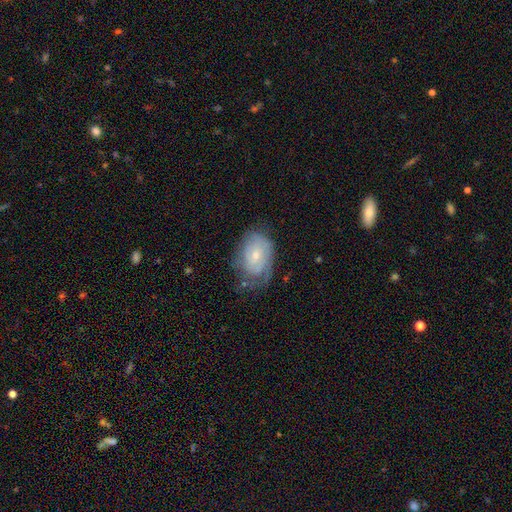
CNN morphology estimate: A featured or disk galaxy (60%) with no bar (72%), spiral arms (76%) and a small central bulge (63%).

Vote fractions:
- Smooth or featured? featured or disk: 60% / smooth: 32% / star or artifact: 7%
- Edge-on disk? no: 96% / yes: 4%
- Bar? no: 72% / weak: 25% / strong: 4%
- Spiral arms? yes: 76% / no: 24%
- Bulge size? small: 63% / moderate: 33% / none: 2% / large: 2% / dominant: 1%
- Merging? none: 48% / minor disturbance: 31% / major disturbance: 19% / merger: 2%